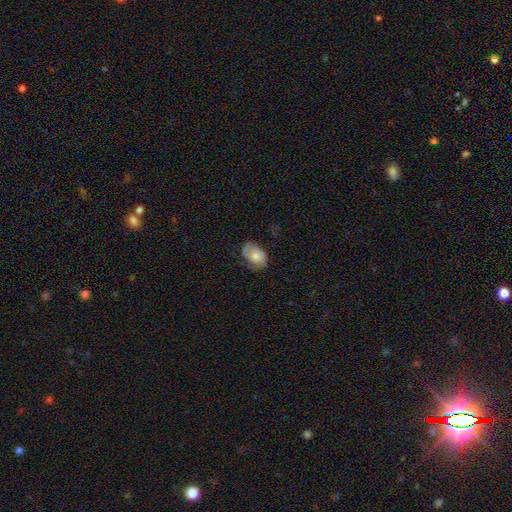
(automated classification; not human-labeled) Smooth or featured?
  - smooth: 50% *
  - featured or disk: 43%
  - star or artifact: 7%
How rounded?
  - in between: 83% *
  - round: 16%
  - cigar-shaped: 1%
Merging?
  - none: 61% *
  - minor disturbance: 27%
  - major disturbance: 11%
  - merger: 1%